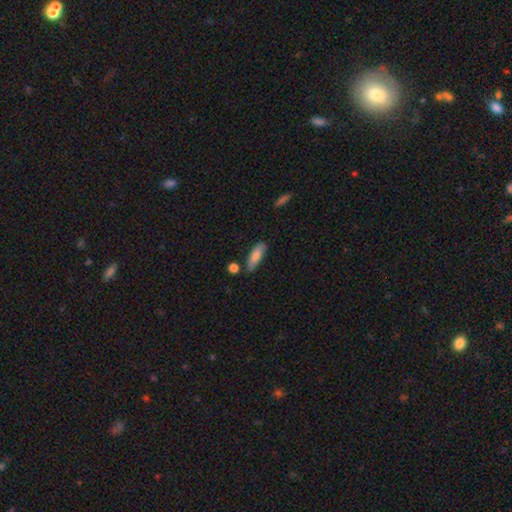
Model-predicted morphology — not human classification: Smooth or featured?
  - smooth: 79% *
  - featured or disk: 14%
  - star or artifact: 6%
How rounded?
  - in between: 56% *
  - cigar-shaped: 42%
  - round: 2%
Merging?
  - none: 70% *
  - minor disturbance: 20%
  - merger: 6%
  - major disturbance: 4%